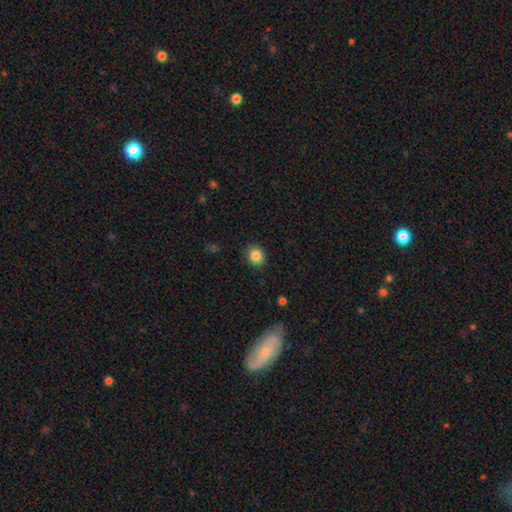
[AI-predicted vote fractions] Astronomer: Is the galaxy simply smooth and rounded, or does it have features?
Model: smooth — 84%.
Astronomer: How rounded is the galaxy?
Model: round — 64%.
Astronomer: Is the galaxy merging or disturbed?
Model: none — 87%.